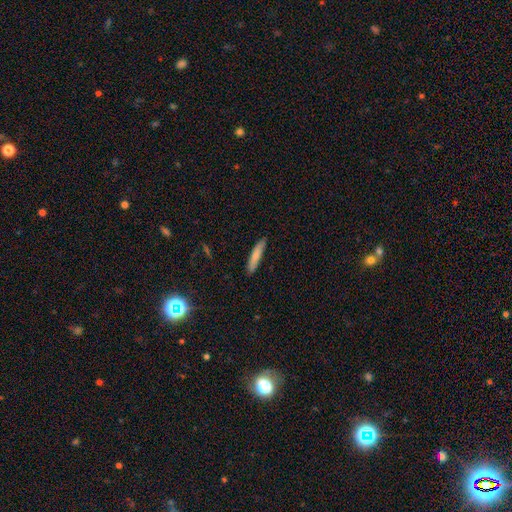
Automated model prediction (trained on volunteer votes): Smooth or featured: smooth — 80% (featured or disk — 14%)
How rounded: cigar-shaped — 91% (in between — 8%)
Merging: none — 86% (minor disturbance — 11%)